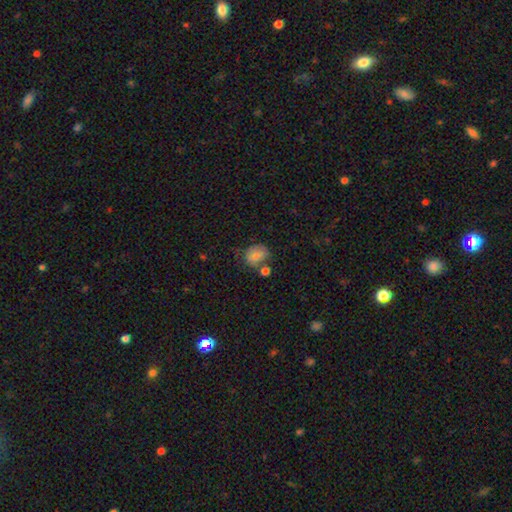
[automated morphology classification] Q: Smooth or featured?
A: smooth (75%); runner-up: featured or disk (16%)
Q: How rounded?
A: round (51%); runner-up: in between (48%)
Q: Merging?
A: none (47%); runner-up: minor disturbance (24%)